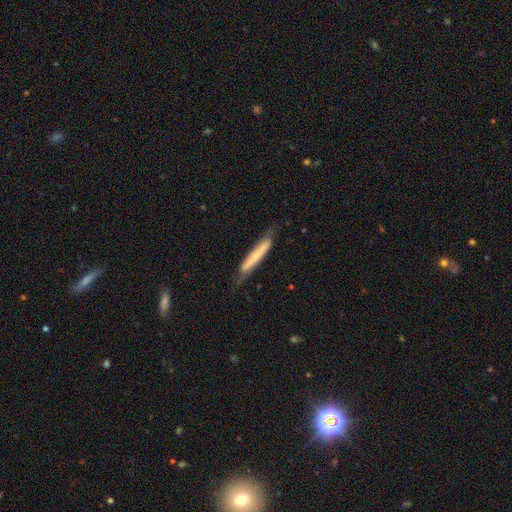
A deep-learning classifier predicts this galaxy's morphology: Smooth or featured? smooth (53%)
How rounded? cigar-shaped (93%)
Merging? none (67%)